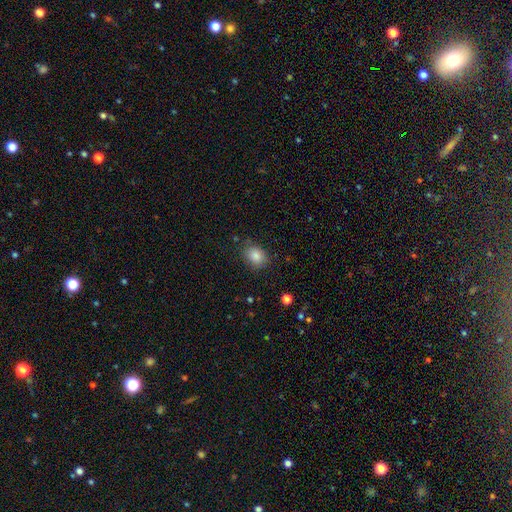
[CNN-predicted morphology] Smooth or featured? Predicted: smooth (p=0.85). How rounded? Predicted: in between (p=0.56). Merging? Predicted: none (p=0.78).